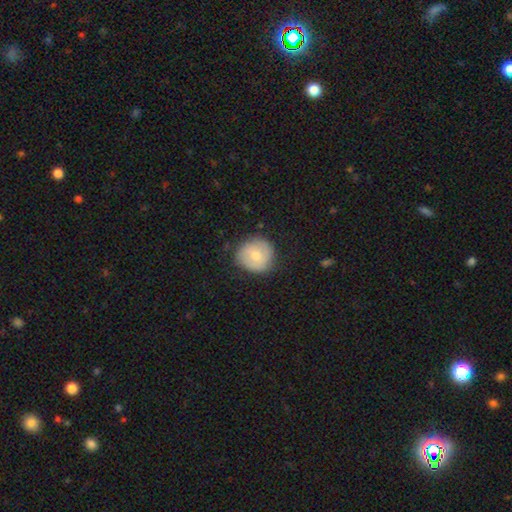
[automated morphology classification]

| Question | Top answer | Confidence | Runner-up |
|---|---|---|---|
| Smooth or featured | smooth | 66% | featured or disk (28%) |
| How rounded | round | 89% | in between (10%) |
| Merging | none | 79% | minor disturbance (16%) |